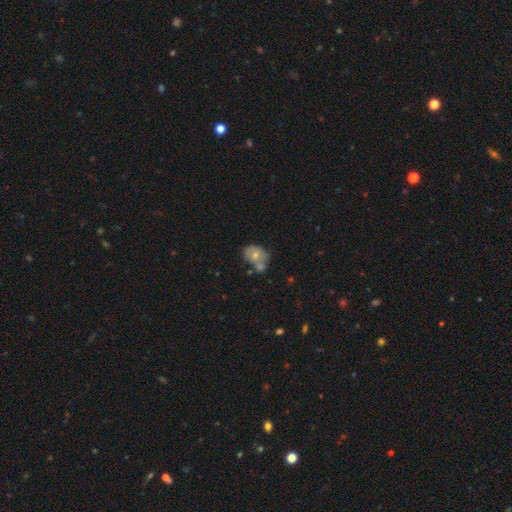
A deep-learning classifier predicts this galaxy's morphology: The model was most divided on "merging": merger: 40%, none: 33%, minor disturbance: 19%, major disturbance: 7%. More confident: how rounded — in between (62%); smooth or featured — smooth (62%).